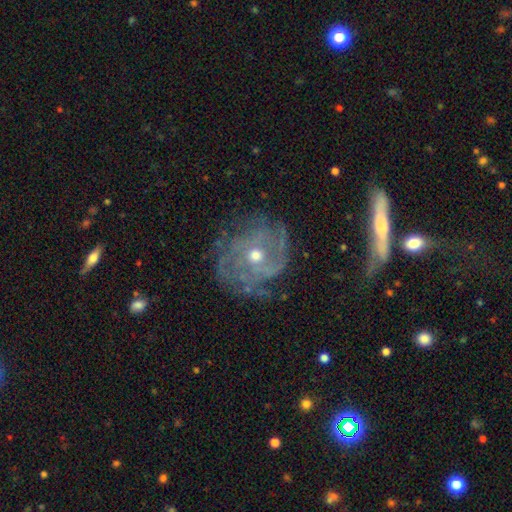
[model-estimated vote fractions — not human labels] A featured or disk galaxy (80%) with no bar (78%), tight (54%) spiral arms (79%) and a moderate central bulge (64%). Merging: none (64%).